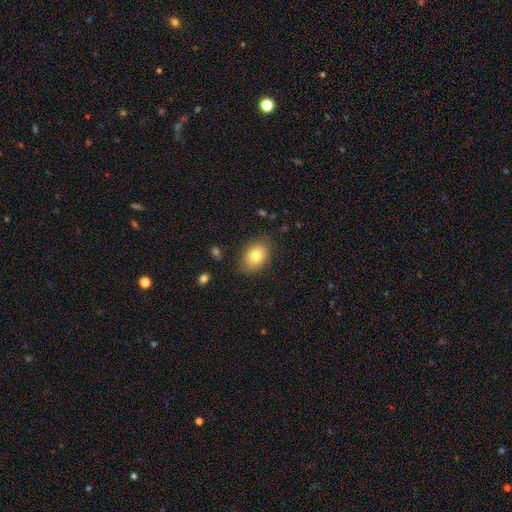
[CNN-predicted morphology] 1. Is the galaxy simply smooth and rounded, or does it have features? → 79% smooth, 13% featured or disk, 8% star or artifact.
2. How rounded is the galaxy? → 78% in between, 21% round, 1% cigar-shaped.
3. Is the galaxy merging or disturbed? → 81% none, 14% minor disturbance, 3% major disturbance, 1% merger.